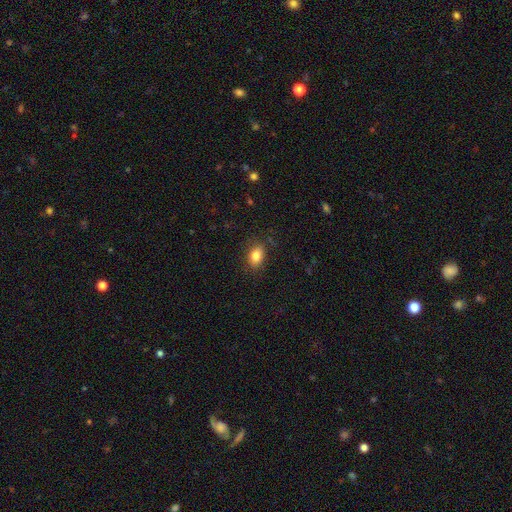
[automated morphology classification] smooth 83%, star or artifact 9%, featured or disk 8%. Down the decision tree: how rounded — in between (84%); merging — none (83%).